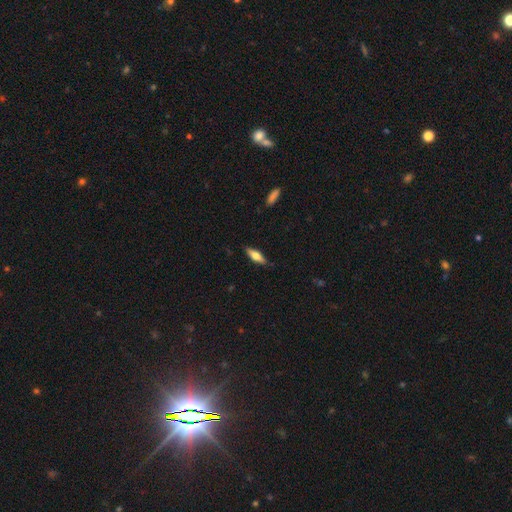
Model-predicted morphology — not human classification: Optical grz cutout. It shows a smooth galaxy with no disk features (58%) that is in between round and cigar-shaped (50%). Merging: none (86%).